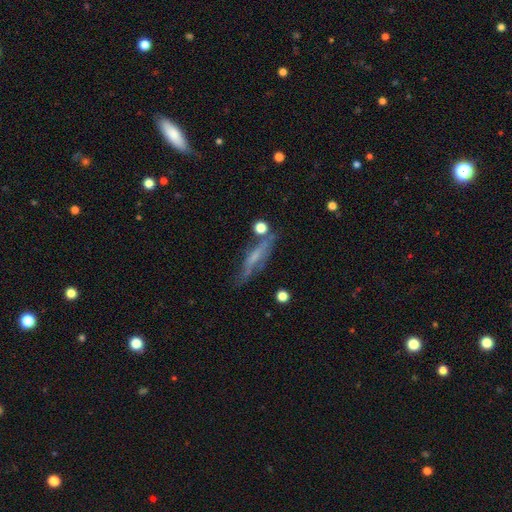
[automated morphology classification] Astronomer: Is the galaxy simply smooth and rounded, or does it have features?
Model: featured or disk — 53% (runner-up: smooth, 37%).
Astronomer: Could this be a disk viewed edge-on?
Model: yes — 69%.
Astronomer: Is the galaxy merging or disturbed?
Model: none — 61%.